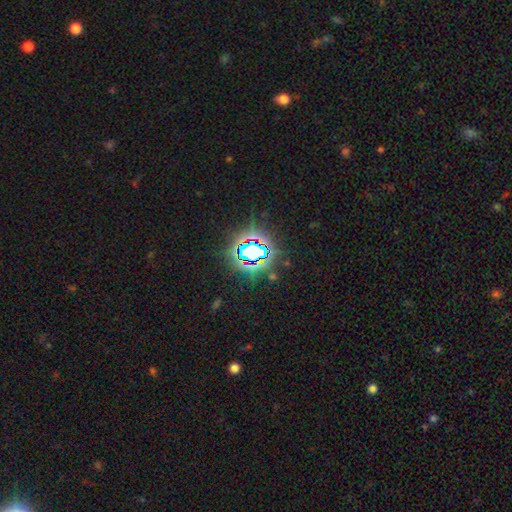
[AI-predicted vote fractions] smooth-or-featured: star or artifact: 73% | smooth: 16% | featured or disk: 11%